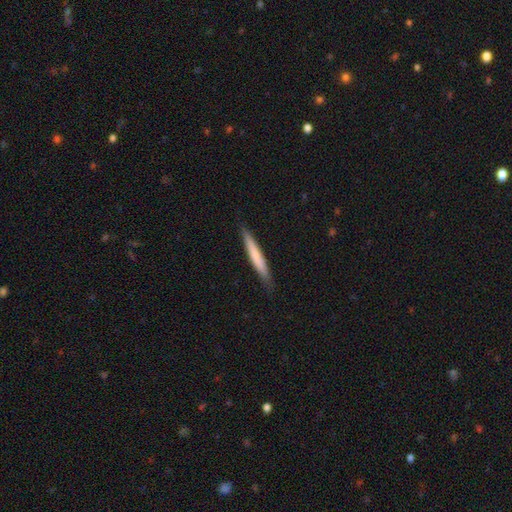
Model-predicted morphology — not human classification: Smooth or featured? smooth (66%)
How rounded? cigar-shaped (96%)
Merging? none (86%)